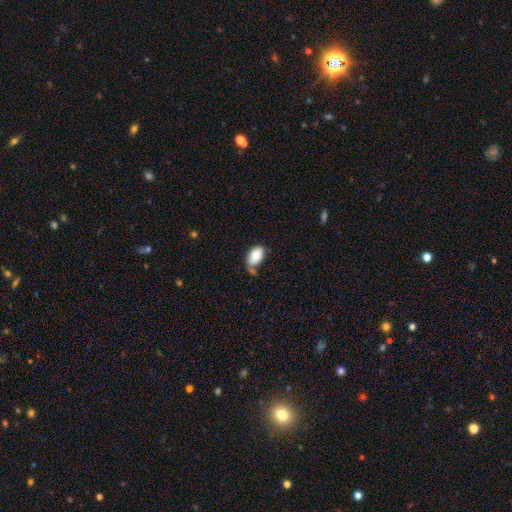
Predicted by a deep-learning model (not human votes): Morphology: type=smooth (82%); roundness=in between (92%); merging=none (54%).